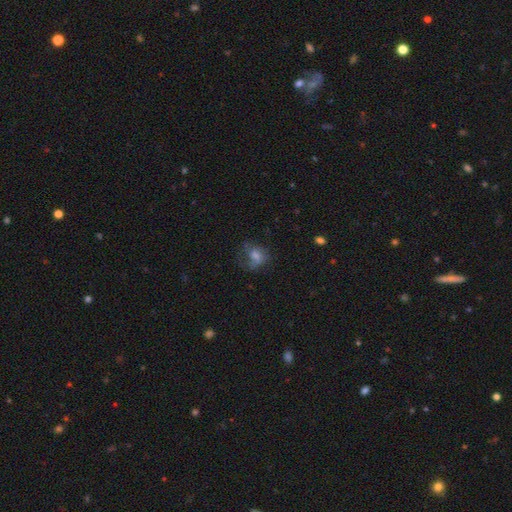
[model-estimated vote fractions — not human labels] A smooth galaxy with no disk features (48%). Merging: none (45%).